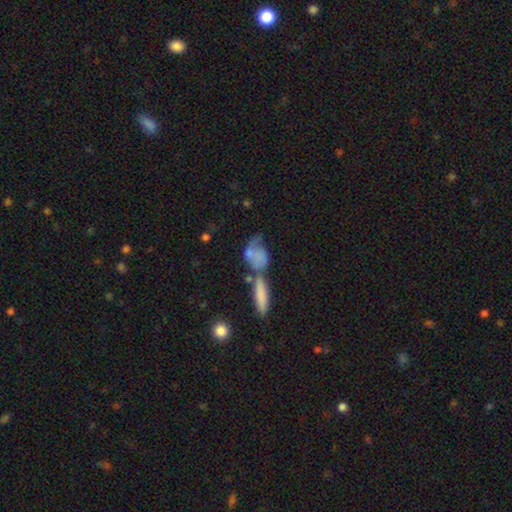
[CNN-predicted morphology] smooth 63%, featured or disk 27%, star or artifact 9%. Down the decision tree: how rounded — in between (64%); merging — merger (38%).